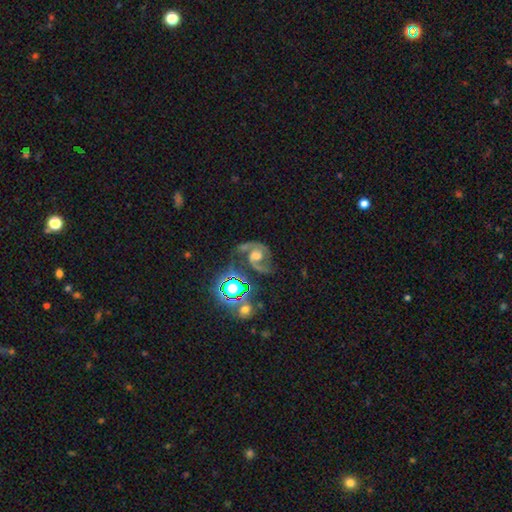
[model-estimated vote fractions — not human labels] Smooth or featured? Predicted: featured or disk (p=0.78). Edge-on disk? Predicted: no (p=0.98). Bar? Predicted: no (p=0.54). Spiral arms? Predicted: yes (p=0.94). Spiral winding? Predicted: medium (p=0.54). Spiral arm count? Predicted: 2 (p=0.83). Bulge size? Predicted: moderate (p=0.51). Merging? Predicted: none (p=0.47).